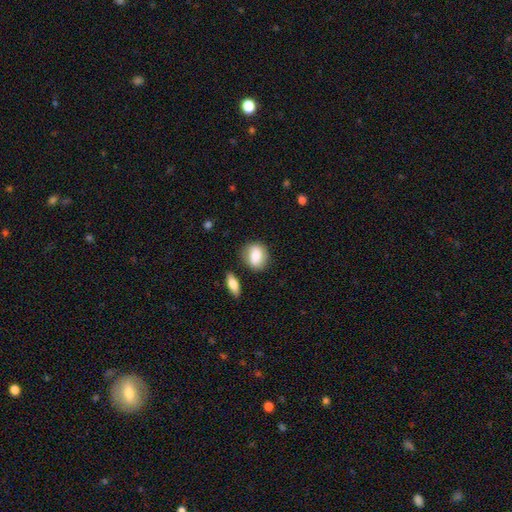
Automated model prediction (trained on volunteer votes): smooth-or-featured: smooth: 80% | featured or disk: 13% | star or artifact: 7%
  how-rounded: round: 51% | in between: 47% | cigar-shaped: 2%
  merging: none: 75% | minor disturbance: 15% | merger: 6% | major disturbance: 4%